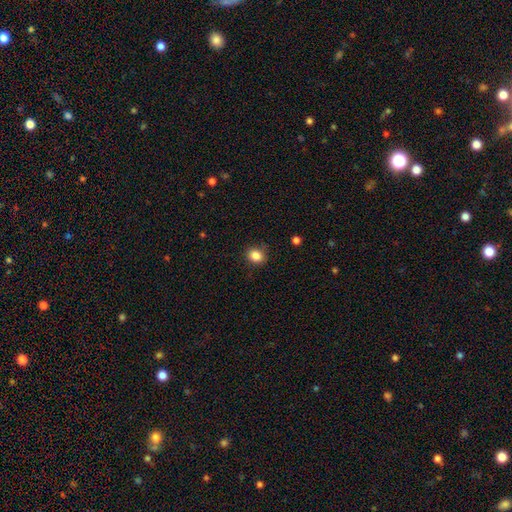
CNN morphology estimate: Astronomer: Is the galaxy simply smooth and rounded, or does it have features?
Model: smooth — 85%.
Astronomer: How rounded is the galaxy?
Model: round — 65%.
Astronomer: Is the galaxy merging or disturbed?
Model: none — 85%.